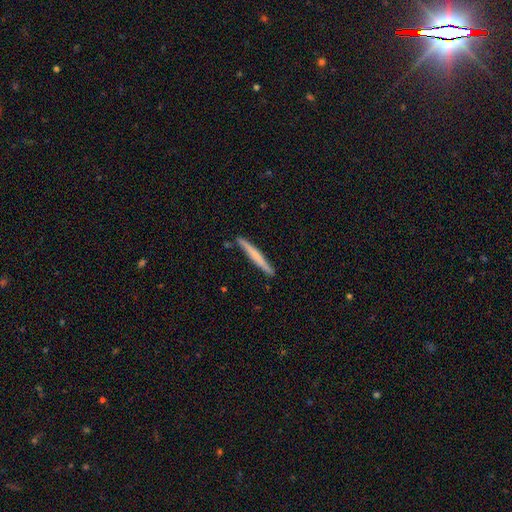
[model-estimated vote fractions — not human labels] Morphology: type=smooth (57%); roundness=cigar-shaped (97%); merging=none (88%).